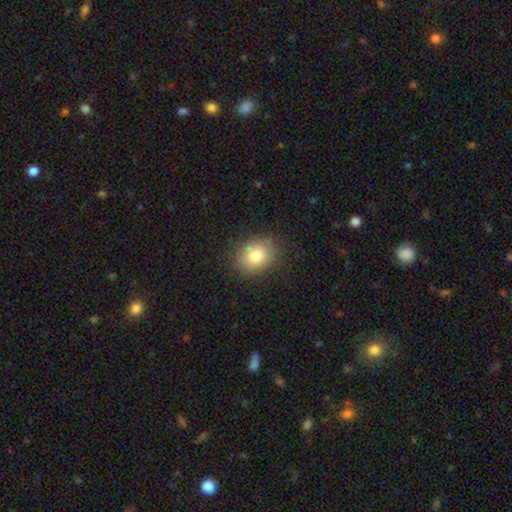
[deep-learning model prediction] smooth 81%, featured or disk 10%, star or artifact 10%. Down the decision tree: how rounded — in between (52%); merging — none (80%).